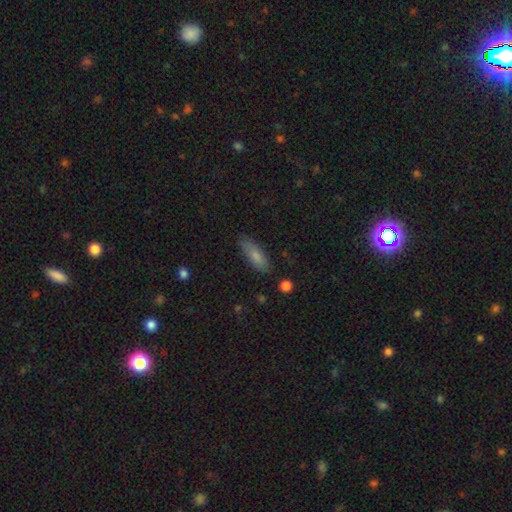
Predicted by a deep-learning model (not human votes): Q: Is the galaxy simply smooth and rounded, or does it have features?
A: smooth — 81%.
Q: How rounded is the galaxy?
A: in between — 58%.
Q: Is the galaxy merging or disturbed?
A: none — 80%.